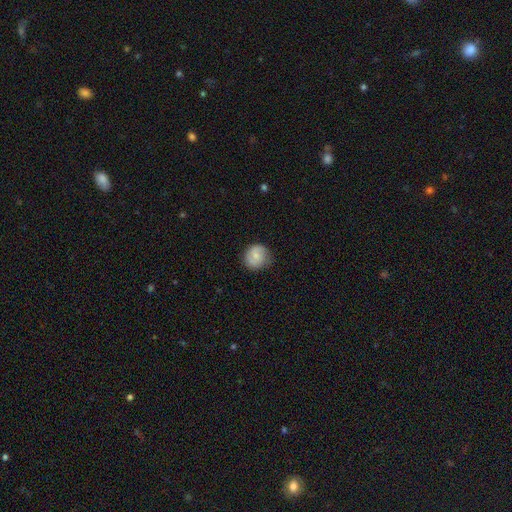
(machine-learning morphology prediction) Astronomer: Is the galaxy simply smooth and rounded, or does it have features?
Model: smooth — 67%.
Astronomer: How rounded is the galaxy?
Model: round — 89%.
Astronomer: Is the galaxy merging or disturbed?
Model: none — 79%.